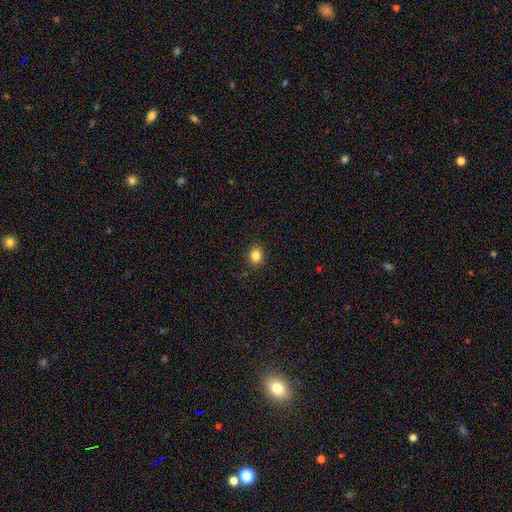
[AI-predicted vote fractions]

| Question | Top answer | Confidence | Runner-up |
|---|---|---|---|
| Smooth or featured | smooth | 84% | star or artifact (11%) |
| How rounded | round | 61% | in between (39%) |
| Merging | none | 88% | minor disturbance (9%) |